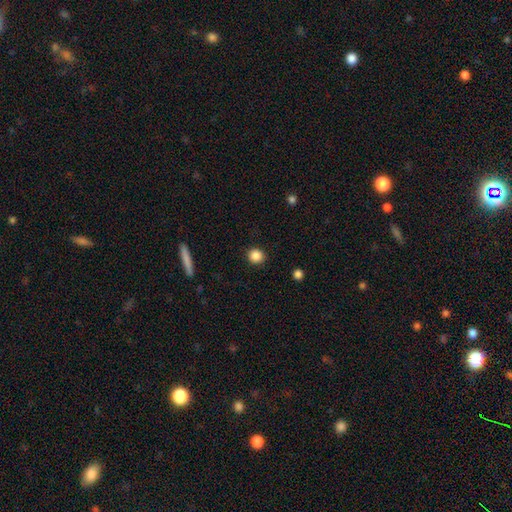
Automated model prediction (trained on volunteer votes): Smooth or featured? Predicted: smooth (p=0.87). How rounded? Predicted: round (p=0.89). Merging? Predicted: none (p=0.90).